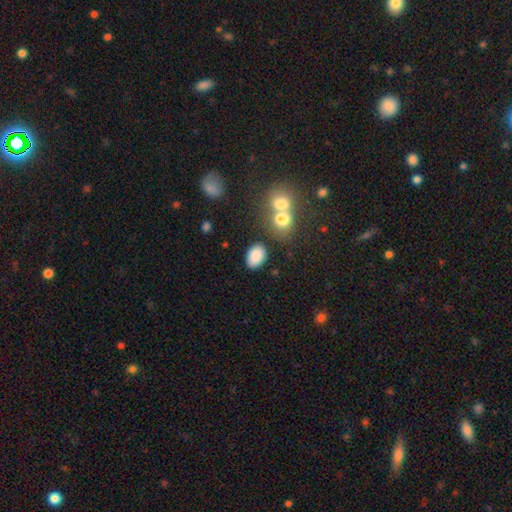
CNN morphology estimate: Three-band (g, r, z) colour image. It shows a smooth galaxy with no disk features (85%) that is in between round and cigar-shaped (83%). Merging: none (77%).